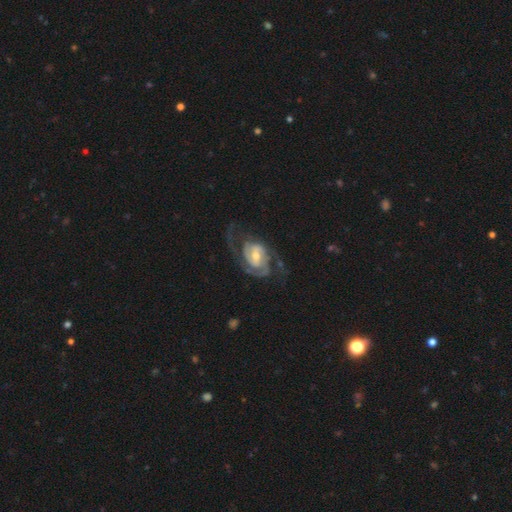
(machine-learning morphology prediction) This is clearly a featured or disk galaxy (88%). It is clearly not viewed edge-on (97%). Bar: marginally weak (43%). Spiral arm pattern: clearly yes (96%). Spiral arm count: likely 2 (66%). Spiral winding: marginally medium (44%). Central bulge: possibly moderate (60%). Merging: possibly none (56%).